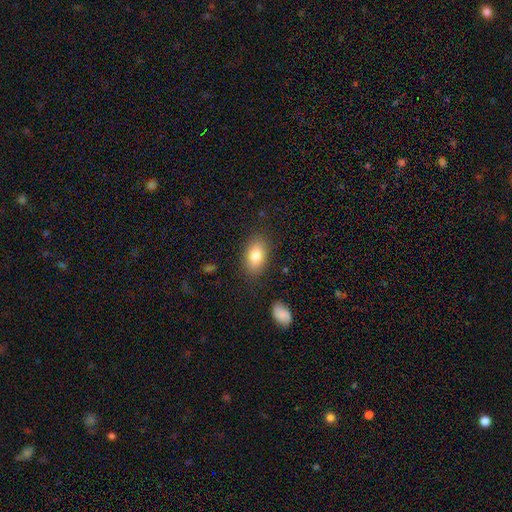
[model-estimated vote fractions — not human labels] Overall: smooth (82%). How rounded: in between (88%). Merging: none (83%).